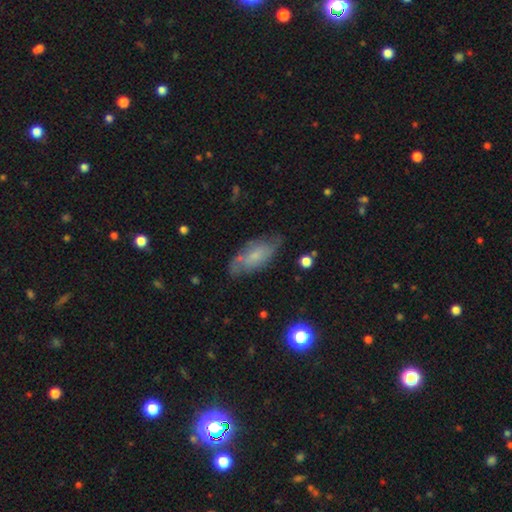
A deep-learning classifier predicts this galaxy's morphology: This is possibly a smooth galaxy (47%). Merging: likely none (63%).